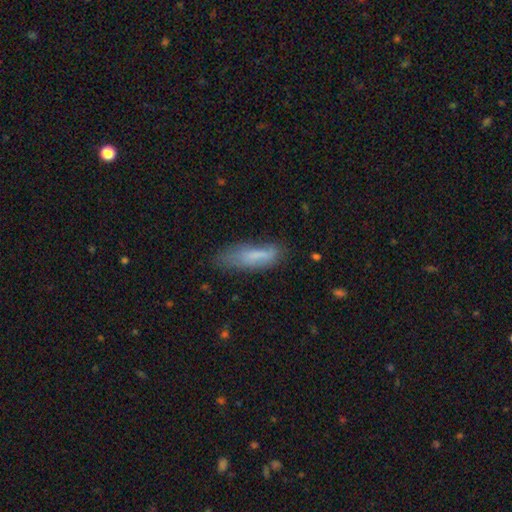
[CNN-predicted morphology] A smooth galaxy with no disk features (68%) that is cigar-shaped (50%). Merging: none (50%).